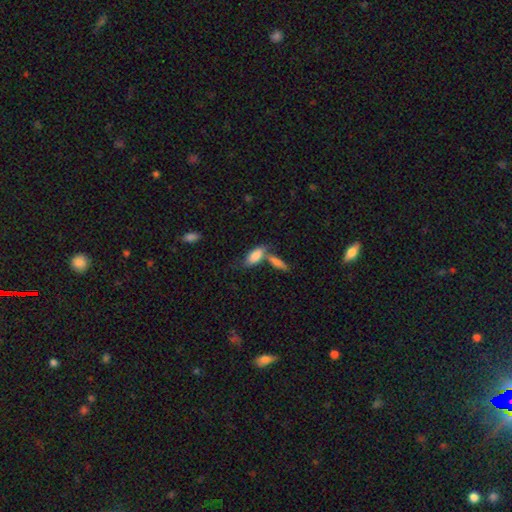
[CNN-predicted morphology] smooth 82%, featured or disk 12%, star or artifact 7%. Down the decision tree: how rounded — in between (81%); merging — none (44%).